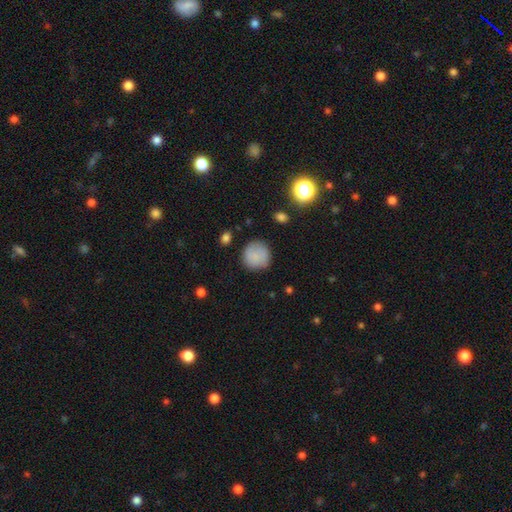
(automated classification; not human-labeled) A smooth galaxy with no disk features (83%) that is round (92%).

Vote fractions:
- Smooth or featured? smooth: 83% / star or artifact: 8% / featured or disk: 8%
- How rounded? round: 92% / in between: 7% / cigar-shaped: 1%
- Merging? none: 81% / minor disturbance: 14% / major disturbance: 4% / merger: 2%